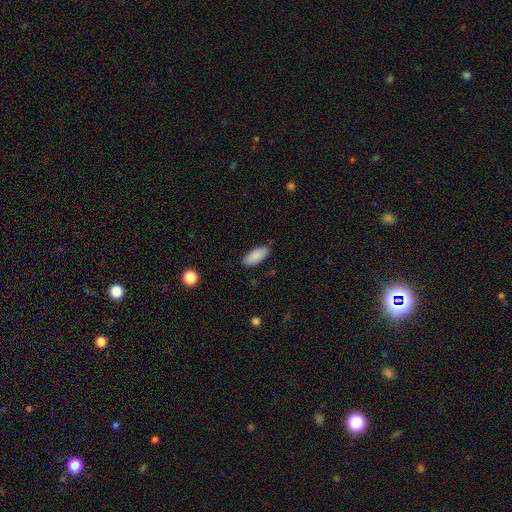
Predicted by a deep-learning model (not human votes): Morphology: type=smooth (89%); roundness=in between (83%); merging=none (85%).